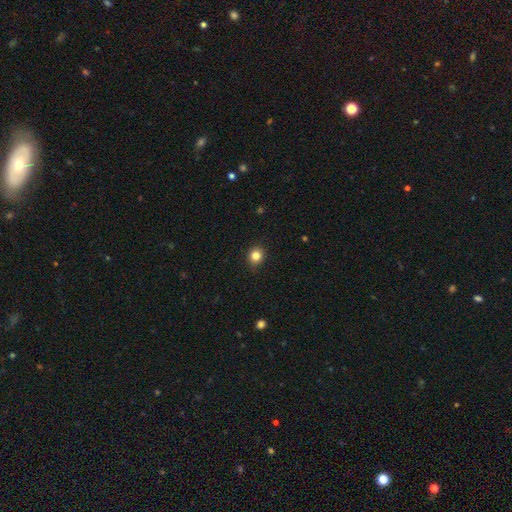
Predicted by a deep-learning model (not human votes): Smooth or featured?
  - smooth: 84% *
  - star or artifact: 12%
  - featured or disk: 5%
How rounded?
  - round: 85% *
  - in between: 14%
  - cigar-shaped: 1%
Merging?
  - none: 89% *
  - minor disturbance: 8%
  - major disturbance: 2%
  - merger: 1%